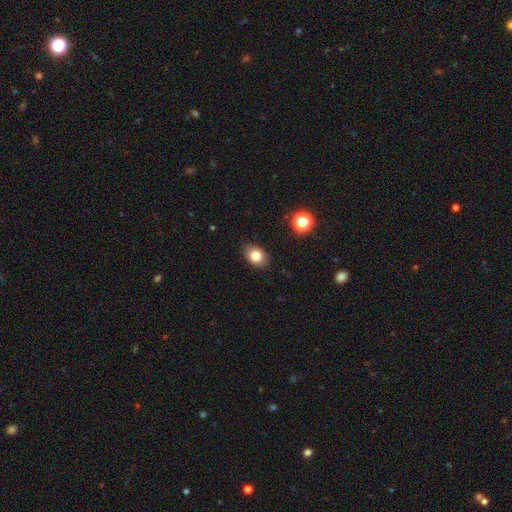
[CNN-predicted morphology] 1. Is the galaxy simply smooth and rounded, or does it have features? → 82% smooth, 11% star or artifact, 8% featured or disk.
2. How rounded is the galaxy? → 65% in between, 34% round, 1% cigar-shaped.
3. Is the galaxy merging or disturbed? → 85% none, 11% minor disturbance, 2% major disturbance, 1% merger.